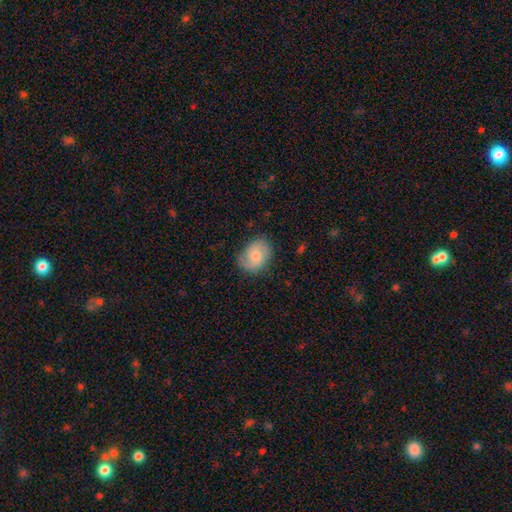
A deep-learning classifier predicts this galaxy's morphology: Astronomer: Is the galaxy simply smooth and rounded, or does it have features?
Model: smooth — 65%.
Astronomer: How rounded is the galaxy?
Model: in between — 64%.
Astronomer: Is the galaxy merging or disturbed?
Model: none — 68%.